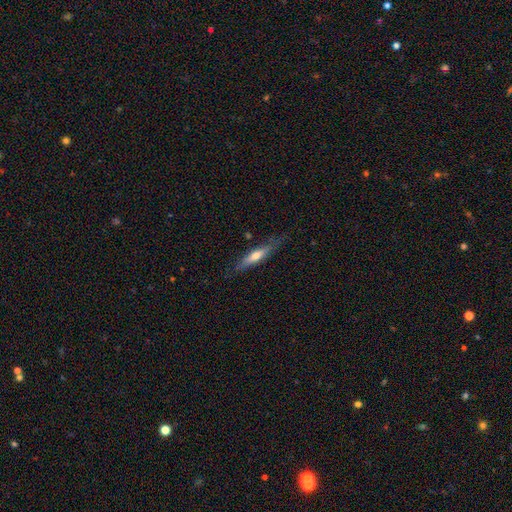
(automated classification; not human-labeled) The model was most divided on "smooth or featured": smooth: 50%, featured or disk: 44%, star or artifact: 6%. More confident: how rounded — cigar-shaped (82%); merging — none (76%).